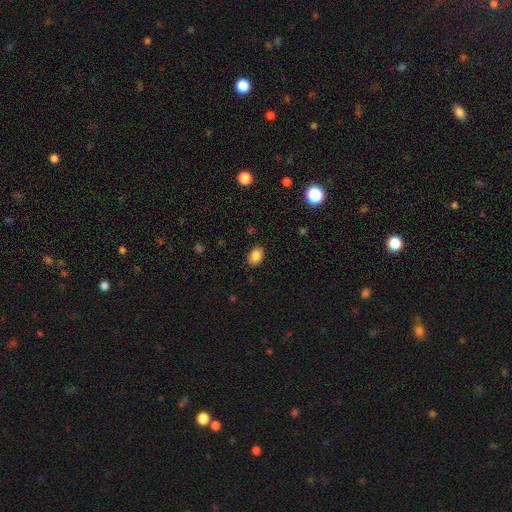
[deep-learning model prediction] Smooth or featured?
  - smooth: 85% *
  - star or artifact: 9%
  - featured or disk: 6%
How rounded?
  - in between: 77% *
  - round: 22%
  - cigar-shaped: 1%
Merging?
  - none: 86% *
  - minor disturbance: 10%
  - major disturbance: 2%
  - merger: 1%